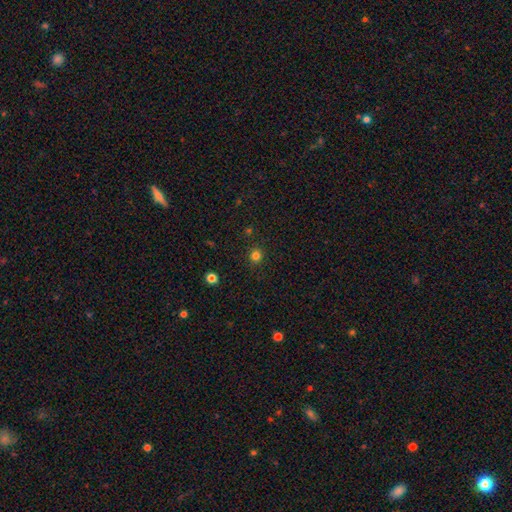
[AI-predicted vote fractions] Overall: smooth (80%). How rounded: round (92%). Merging: none (90%).